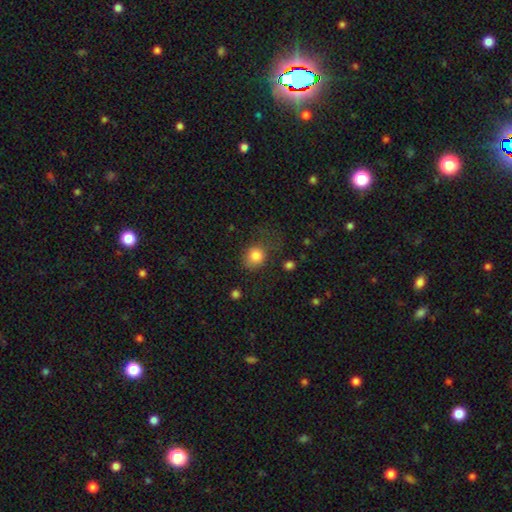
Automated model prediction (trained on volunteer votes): Overall: smooth (82%). How rounded: round (73%). Merging: none (58%; minor disturbance 24%).